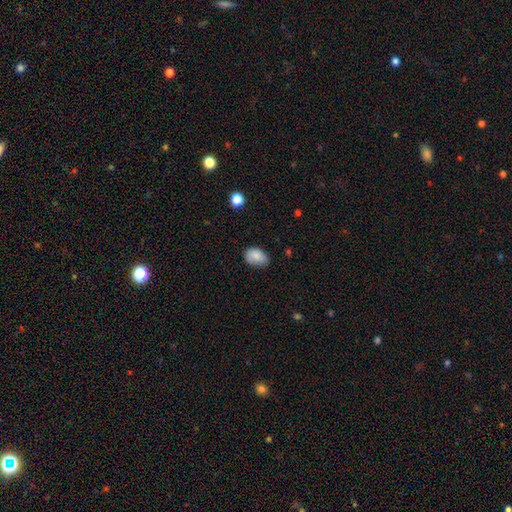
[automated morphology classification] smooth 84%, star or artifact 8%, featured or disk 8%. Down the decision tree: how rounded — in between (80%); merging — none (66%).